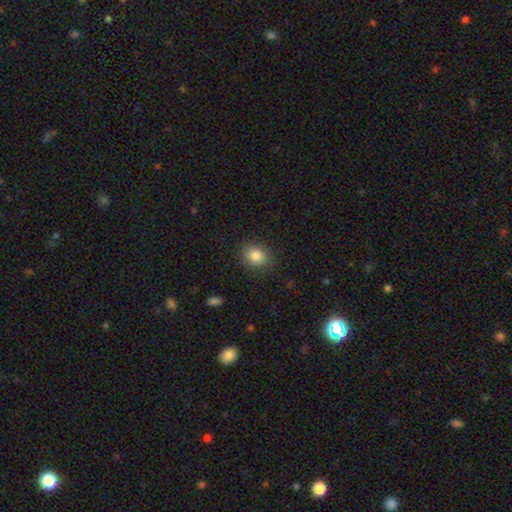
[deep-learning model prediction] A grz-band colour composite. It shows a smooth galaxy with no disk features (85%) that is round (53%). Merging: none (86%).